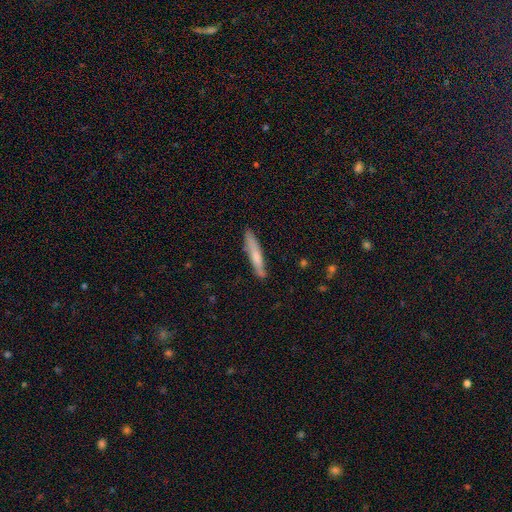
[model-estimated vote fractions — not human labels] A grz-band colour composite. It shows a smooth galaxy with no disk features (66%) that is cigar-shaped (92%). Merging: none (83%).